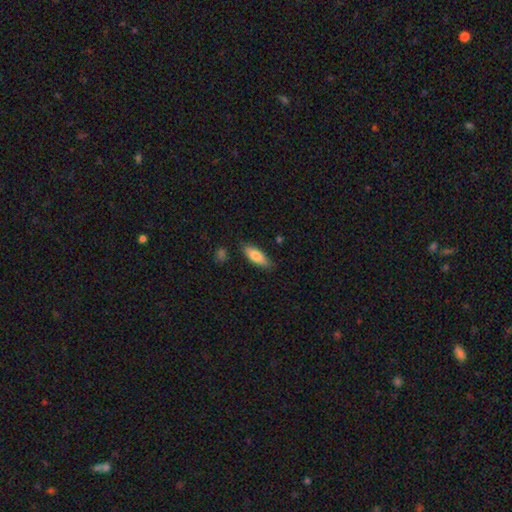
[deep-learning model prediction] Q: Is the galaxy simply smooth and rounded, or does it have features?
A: smooth — 82%.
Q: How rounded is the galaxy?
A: in between — 72%.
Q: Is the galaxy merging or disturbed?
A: none — 80%.